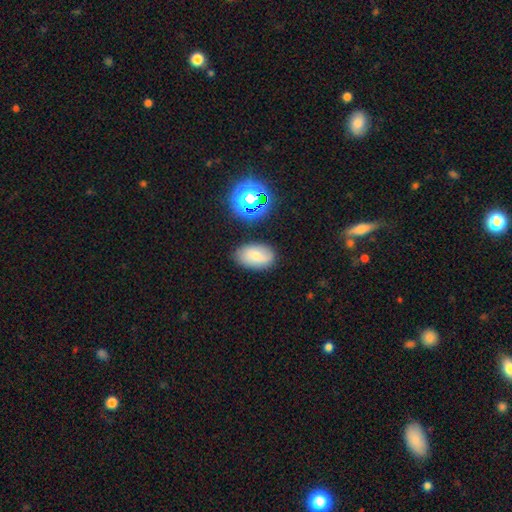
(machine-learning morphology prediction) The model was most divided on "smooth or featured": smooth: 66%, featured or disk: 22%, star or artifact: 12%. More confident: how rounded — in between (90%); merging — none (80%).